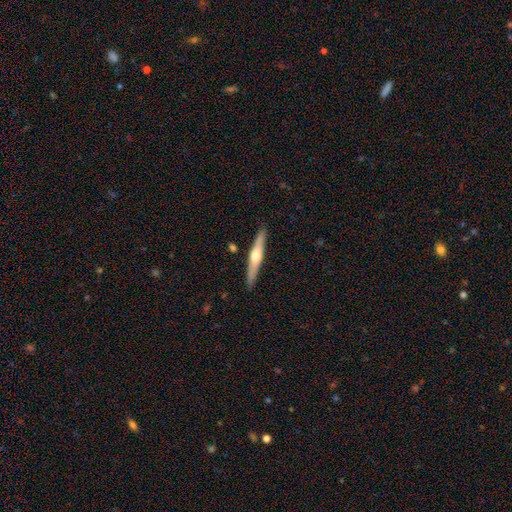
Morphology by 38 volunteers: This appears to be a featured or disk galaxy (61%) viewed edge-on (96%) with a rounded central bulge (91%). Merging: none (71%).